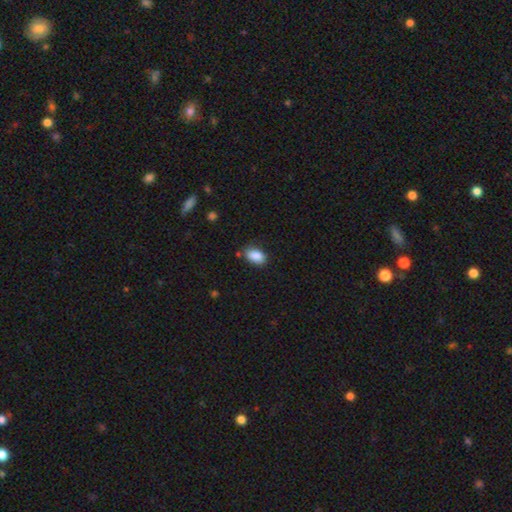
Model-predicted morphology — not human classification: Smooth or featured: smooth — 88% (star or artifact — 8%)
How rounded: in between — 90% (round — 8%)
Merging: none — 74% (minor disturbance — 20%)